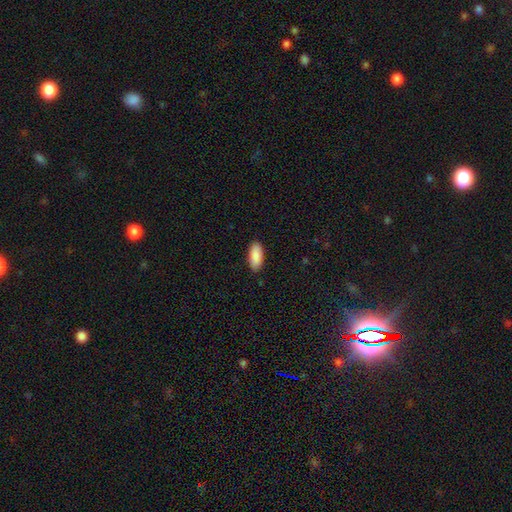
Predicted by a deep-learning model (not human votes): Smooth or featured?
  - smooth: 90% *
  - star or artifact: 6%
  - featured or disk: 4%
How rounded?
  - in between: 89% *
  - cigar-shaped: 9%
  - round: 2%
Merging?
  - none: 89% *
  - minor disturbance: 8%
  - major disturbance: 2%
  - merger: 1%